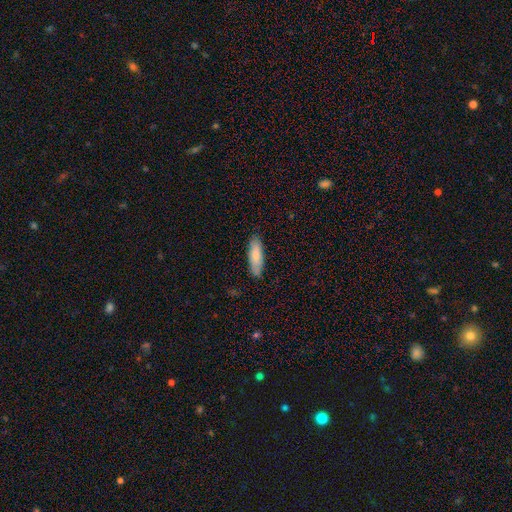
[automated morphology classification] A smooth galaxy with no disk features (80%) that is in between round and cigar-shaped (50%). Merging: none (86%).